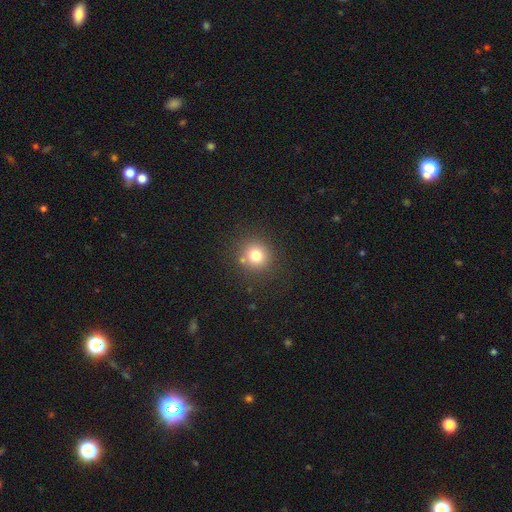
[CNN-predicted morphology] Smooth or featured? smooth (77%)
How rounded? round (90%)
Merging? none (83%)